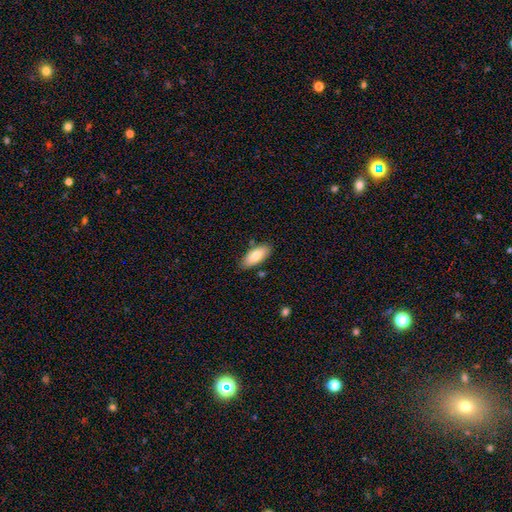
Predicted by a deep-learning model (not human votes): smooth-or-featured: smooth: 79% | featured or disk: 15% | star or artifact: 6%
  how-rounded: in between: 85% | cigar-shaped: 12% | round: 2%
  merging: none: 83% | minor disturbance: 12% | merger: 3% | major disturbance: 2%